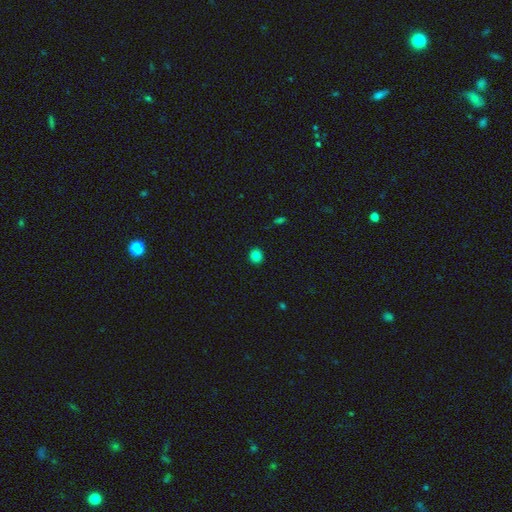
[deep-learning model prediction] Smooth or featured?
  - smooth: 83% *
  - star or artifact: 12%
  - featured or disk: 5%
How rounded?
  - round: 84% *
  - in between: 15%
  - cigar-shaped: 1%
Merging?
  - none: 92% *
  - minor disturbance: 5%
  - major disturbance: 2%
  - merger: 1%